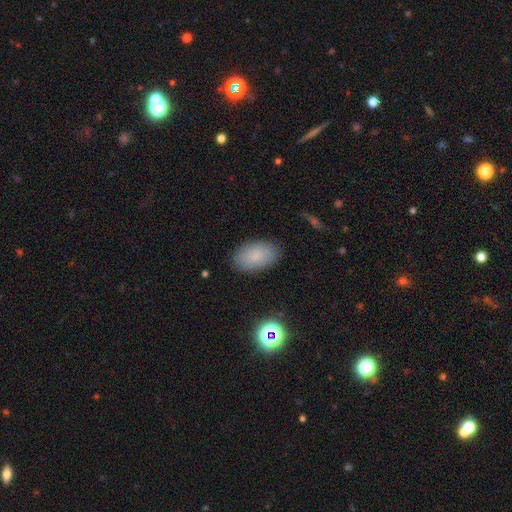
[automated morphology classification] smooth_or_featured: smooth (p=0.83) [alt: star or artifact p=0.10]
how_rounded: in between (p=0.93) [alt: round p=0.06]
merging: none (p=0.86) [alt: minor disturbance p=0.10]